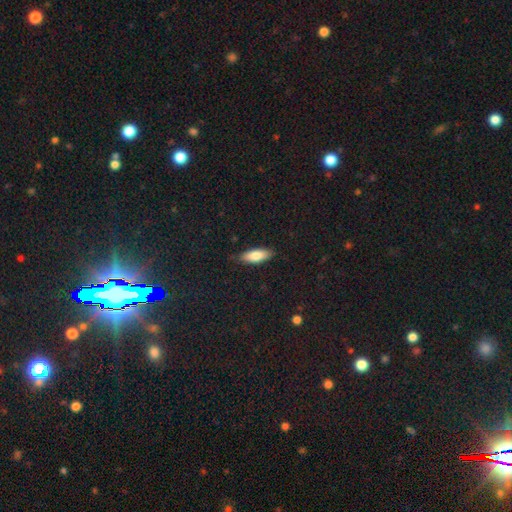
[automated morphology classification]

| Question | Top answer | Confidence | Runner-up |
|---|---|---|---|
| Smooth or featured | smooth | 80% | featured or disk (14%) |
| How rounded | in between | 71% | cigar-shaped (27%) |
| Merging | none | 85% | minor disturbance (12%) |